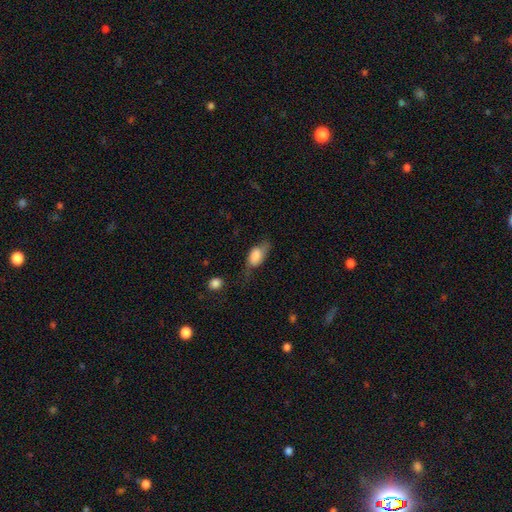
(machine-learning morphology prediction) This appears to be a smooth galaxy with no disk features (71%) that is in between round and cigar-shaped (86%). Merging: none (44%).